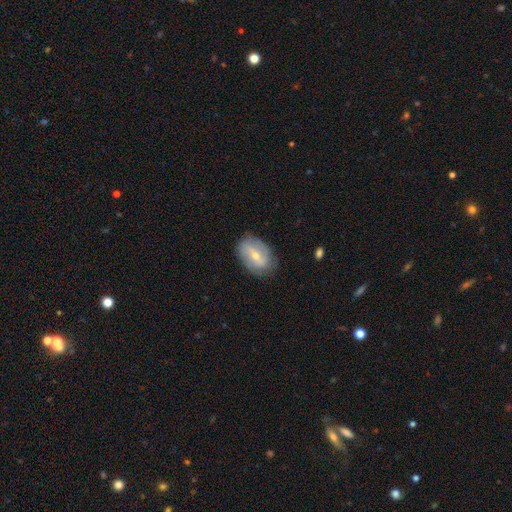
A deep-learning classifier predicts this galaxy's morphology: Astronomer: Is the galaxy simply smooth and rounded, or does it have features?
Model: featured or disk — 54% (runner-up: smooth, 39%).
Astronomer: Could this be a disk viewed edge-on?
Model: no — 92%.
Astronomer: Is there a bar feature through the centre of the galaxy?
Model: weak — 41% (runner-up: strong, 32%).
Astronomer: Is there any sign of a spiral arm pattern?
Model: yes — 56% (runner-up: no, 44%).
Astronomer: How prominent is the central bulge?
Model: moderate — 49% (runner-up: small, 48%).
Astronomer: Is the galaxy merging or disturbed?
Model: none — 76%.